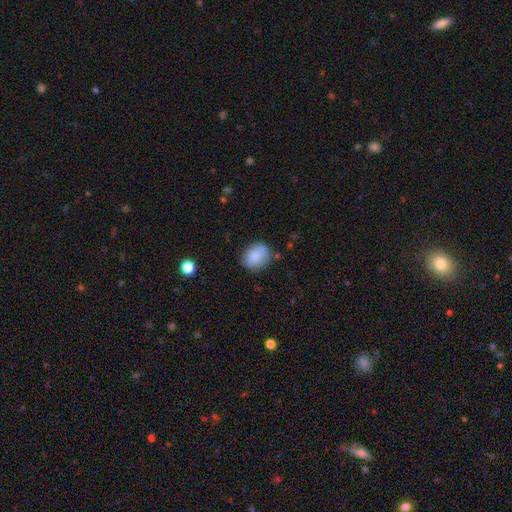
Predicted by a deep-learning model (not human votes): Smooth or featured? smooth (81%)
How rounded? round (63%)
Merging? none (70%)